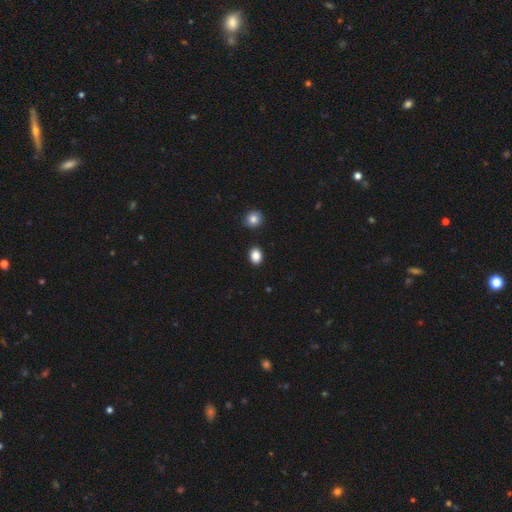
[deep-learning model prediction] Q: Smooth or featured?
A: smooth (86%); runner-up: star or artifact (10%)
Q: How rounded?
A: in between (56%); runner-up: round (43%)
Q: Merging?
A: none (89%); runner-up: minor disturbance (7%)